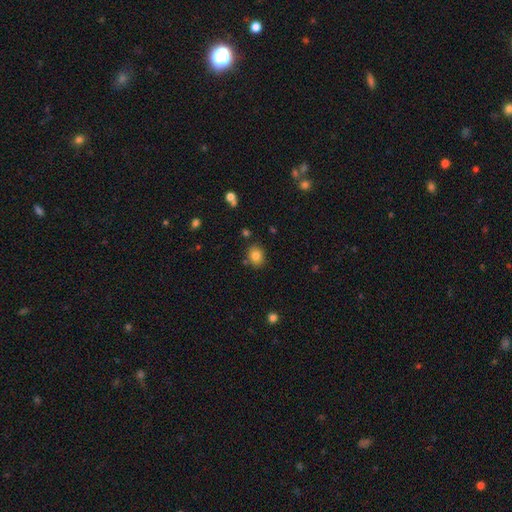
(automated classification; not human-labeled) Morphology: type=smooth (81%); roundness=round (58%); merging=none (82%).